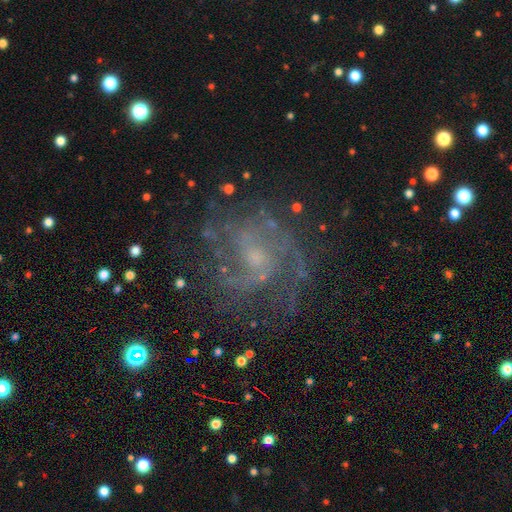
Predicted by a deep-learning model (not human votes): Smooth or featured: featured or disk — 83% (star or artifact — 10%)
Edge-on disk: no — 98% (yes — 2%)
Bar: no — 55% (weak — 38%)
Spiral arms: yes — 94% (no — 6%)
Spiral winding: medium — 48% (tight — 36%)
Spiral arm count: 2 — 39% (can't tell — 23%)
Bulge size: small — 57% (moderate — 28%)
Merging: none — 71% (minor disturbance — 16%)